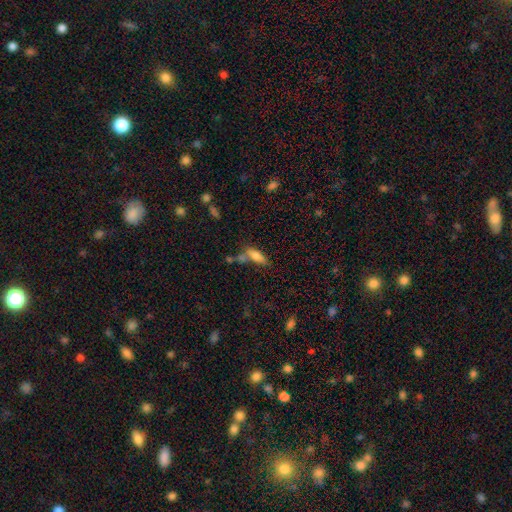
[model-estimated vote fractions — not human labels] smooth-or-featured: smooth: 75% | featured or disk: 14% | star or artifact: 10%
  how-rounded: in between: 61% | cigar-shaped: 36% | round: 3%
  merging: none: 42% | merger: 30% | minor disturbance: 19% | major disturbance: 10%